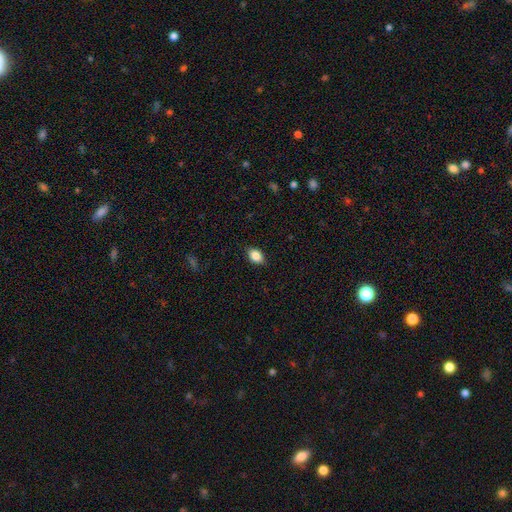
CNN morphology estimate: Q: Smooth or featured?
A: smooth (84%); runner-up: star or artifact (8%)
Q: How rounded?
A: in between (85%); runner-up: round (12%)
Q: Merging?
A: none (87%); runner-up: minor disturbance (10%)